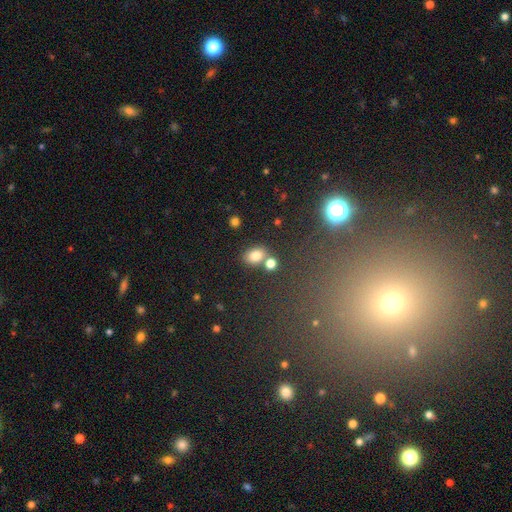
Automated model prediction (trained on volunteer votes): smooth 80%, star or artifact 12%, featured or disk 8%. Down the decision tree: how rounded — in between (63%); merging — none (65%).